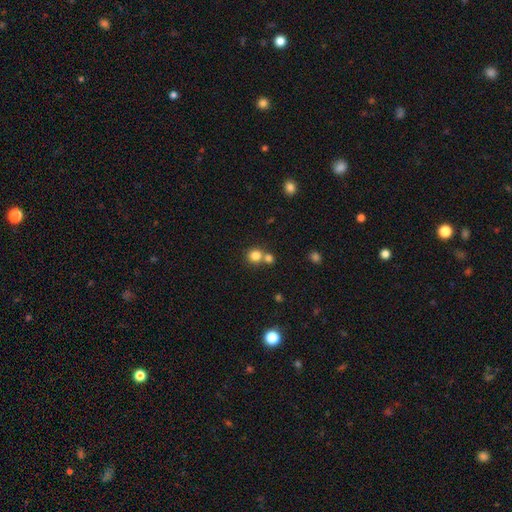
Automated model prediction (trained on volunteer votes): smooth_or_featured: smooth (p=0.81) [alt: star or artifact p=0.12]
how_rounded: round (p=0.87) [alt: in between p=0.12]
merging: none (p=0.52) [alt: merger p=0.39]